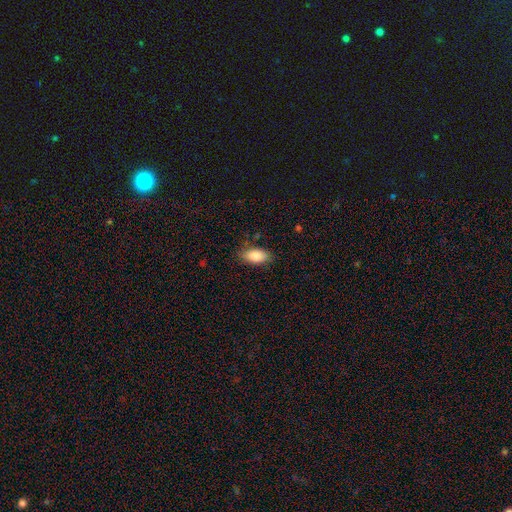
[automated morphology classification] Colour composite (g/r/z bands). It shows a smooth galaxy with no disk features (86%) that is in between round and cigar-shaped (92%). Merging: none (82%).